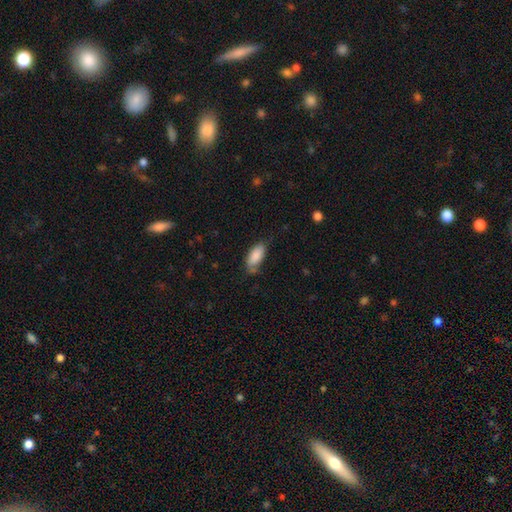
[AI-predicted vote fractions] smooth 86%, featured or disk 7%, star or artifact 6%. Down the decision tree: how rounded — in between (88%); merging — none (62%).